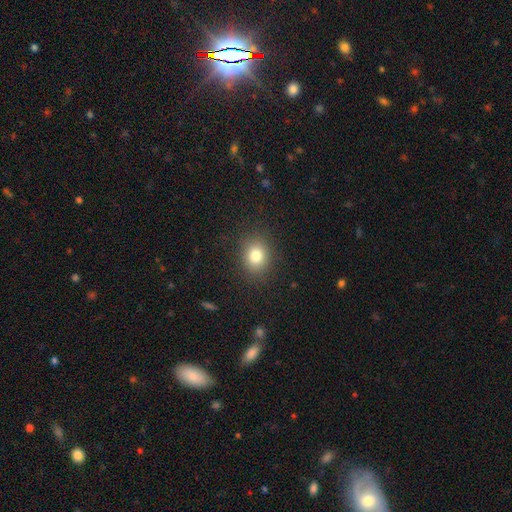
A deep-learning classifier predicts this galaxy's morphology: The model was most divided on "how rounded": round: 64%, in between: 36%, cigar-shaped: 1%. More confident: merging — none (87%); smooth or featured — smooth (80%).